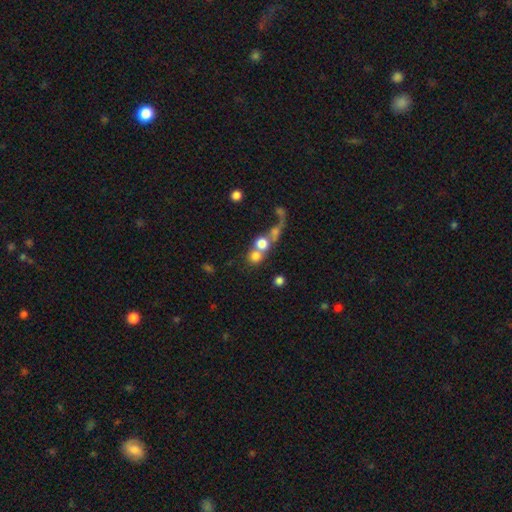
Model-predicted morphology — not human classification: smooth_or_featured: smooth (p=0.69) [alt: featured or disk p=0.17]
how_rounded: round (p=0.84) [alt: in between p=0.14]
merging: merger (p=0.54) [alt: none p=0.32]